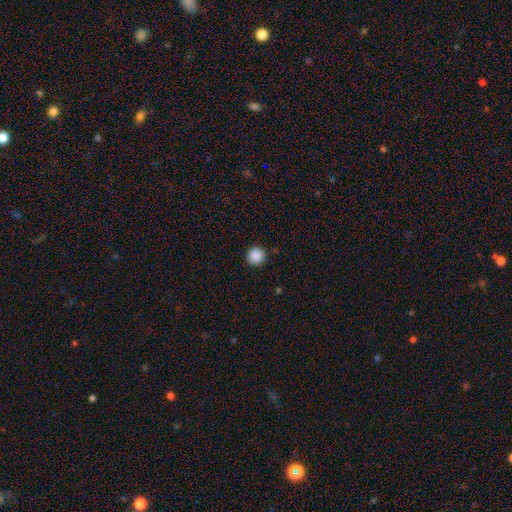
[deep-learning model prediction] smooth 88%, star or artifact 9%, featured or disk 3%. Down the decision tree: how rounded — round (95%); merging — none (91%).